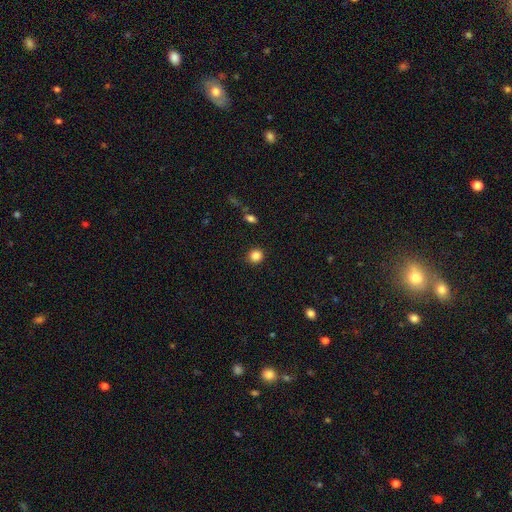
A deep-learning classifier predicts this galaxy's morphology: type=smooth (85%); roundness=round (89%); merging=none (91%).